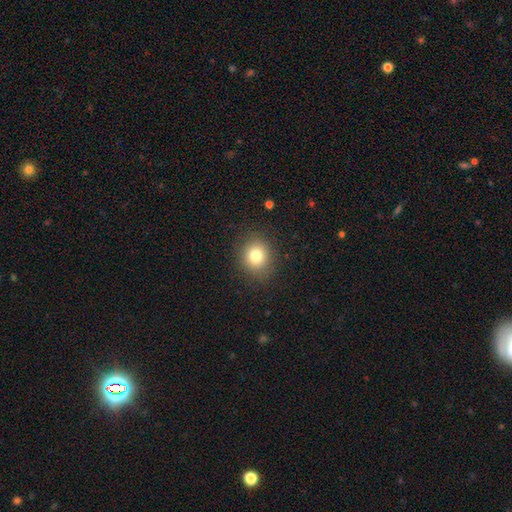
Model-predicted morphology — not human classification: Smooth or featured? Predicted: smooth (p=0.79). How rounded? Predicted: round (p=0.80). Merging? Predicted: none (p=0.88).